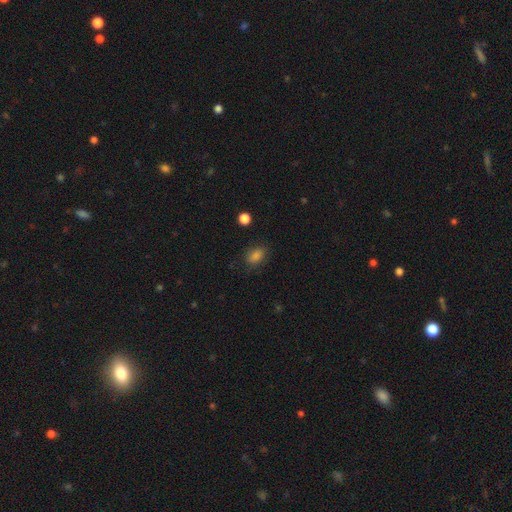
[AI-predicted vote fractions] Smooth or featured? Predicted: smooth (p=0.82). How rounded? Predicted: in between (p=0.80). Merging? Predicted: none (p=0.82).